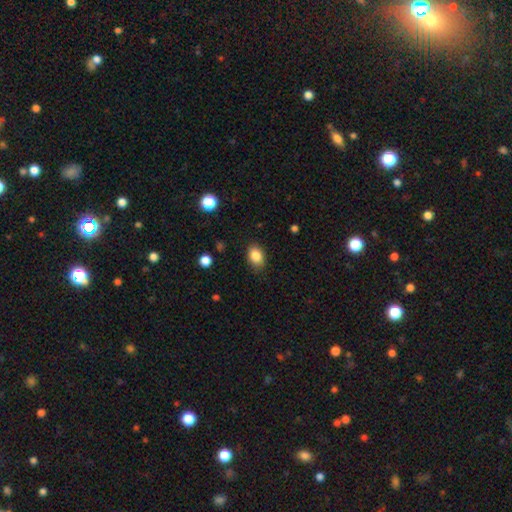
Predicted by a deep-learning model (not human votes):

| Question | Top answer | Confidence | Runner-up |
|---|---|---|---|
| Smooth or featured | smooth | 86% | star or artifact (9%) |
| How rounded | in between | 79% | round (19%) |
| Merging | none | 83% | minor disturbance (12%) |